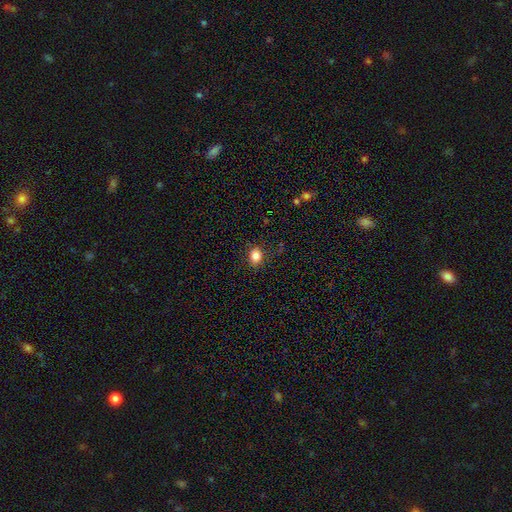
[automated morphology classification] Smooth or featured: smooth — 83% (star or artifact — 11%)
How rounded: round — 52% (in between — 47%)
Merging: none — 85% (minor disturbance — 11%)